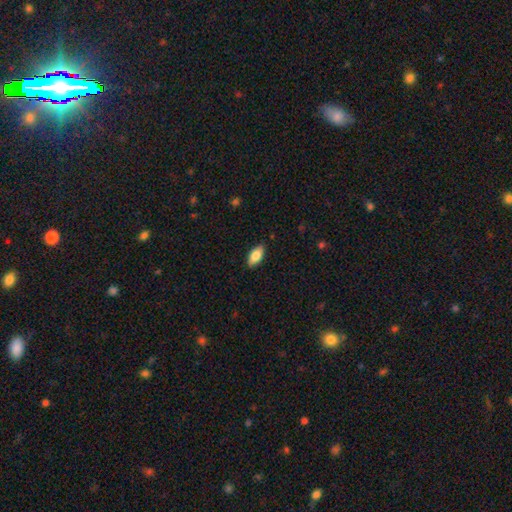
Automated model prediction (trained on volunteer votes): Smooth or featured? smooth (78%)
How rounded? in between (88%)
Merging? none (87%)